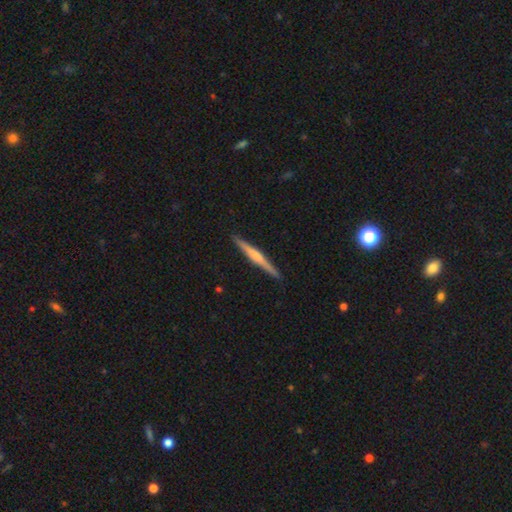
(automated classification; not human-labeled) Overall: featured or disk (61%; smooth 34%). Edge-on disk: yes (98%). Edge-on bulge: rounded (54%; none 28%). Merging: none (91%).